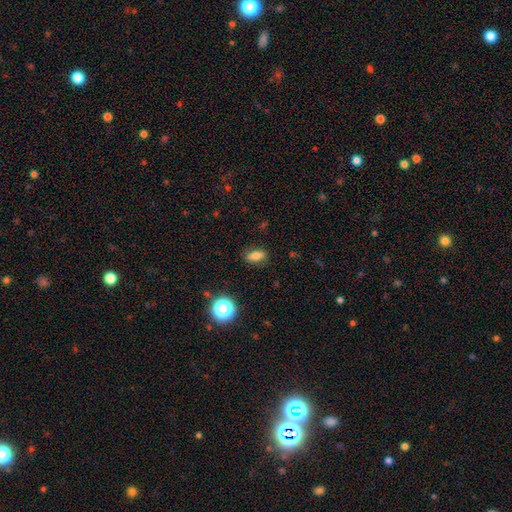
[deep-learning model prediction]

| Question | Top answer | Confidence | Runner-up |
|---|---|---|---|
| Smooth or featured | smooth | 77% | star or artifact (13%) |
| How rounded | in between | 80% | round (10%) |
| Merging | none | 84% | minor disturbance (12%) |